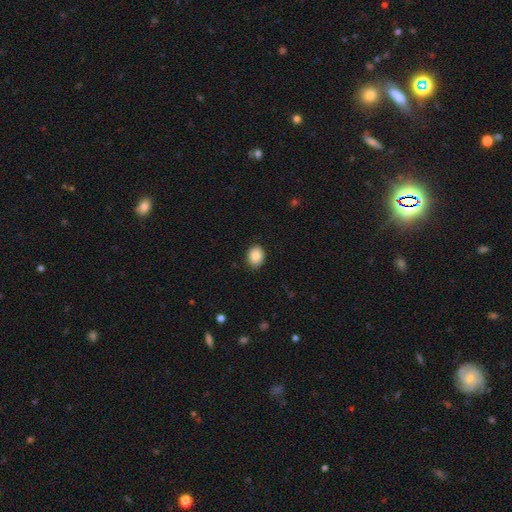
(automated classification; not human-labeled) This appears to be a smooth galaxy with no disk features (87%) that is in between round and cigar-shaped (53%). Merging: none (87%).